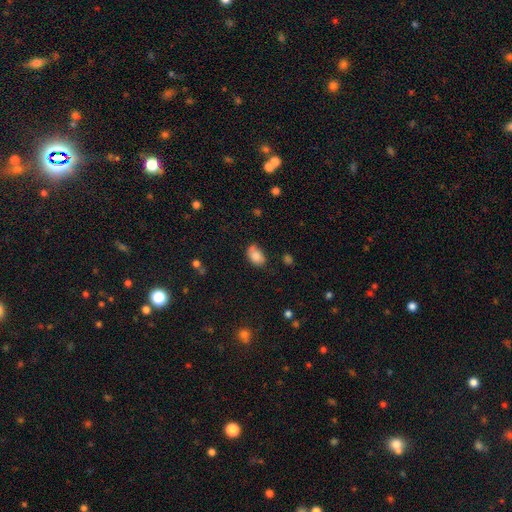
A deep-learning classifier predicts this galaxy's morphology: Q: Smooth or featured?
A: smooth (84%); runner-up: featured or disk (8%)
Q: How rounded?
A: in between (89%); runner-up: round (10%)
Q: Merging?
A: none (61%); runner-up: minor disturbance (30%)